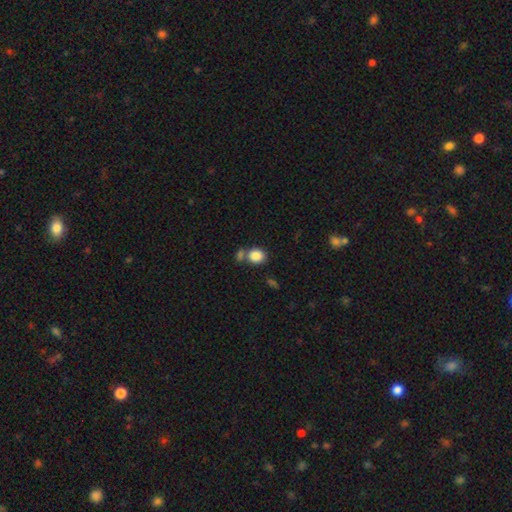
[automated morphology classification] A smooth galaxy with no disk features (86%) that is round (65%). Merging: none (58%).